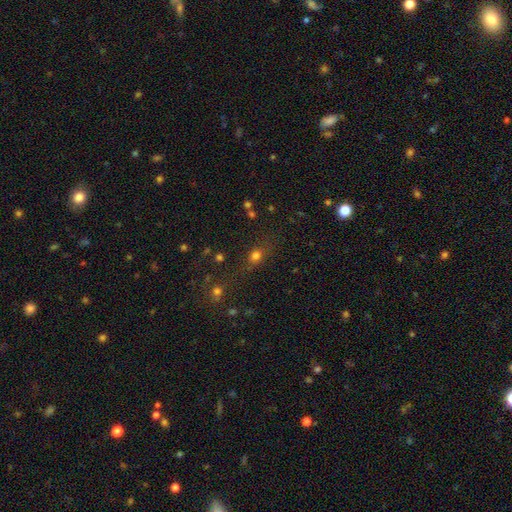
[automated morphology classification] Q: Smooth or featured?
A: smooth (71%); runner-up: star or artifact (20%)
Q: How rounded?
A: round (61%); runner-up: in between (34%)
Q: Merging?
A: none (66%); runner-up: minor disturbance (14%)